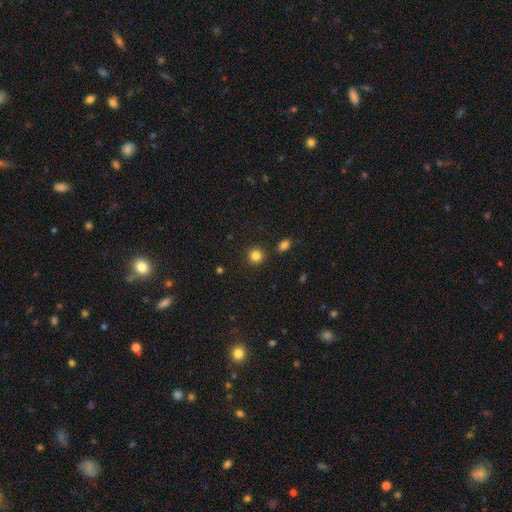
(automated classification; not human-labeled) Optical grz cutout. It shows a smooth galaxy with no disk features (84%) that is round (91%). Merging: none (88%).